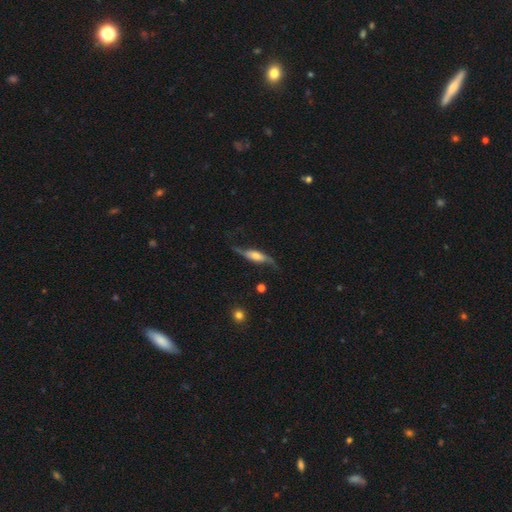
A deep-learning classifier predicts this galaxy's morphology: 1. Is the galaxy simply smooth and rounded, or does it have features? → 75% featured or disk, 19% smooth, 6% star or artifact.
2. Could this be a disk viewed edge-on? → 61% no, 39% yes.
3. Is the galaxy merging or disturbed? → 63% none, 22% minor disturbance, 13% major disturbance, 3% merger.